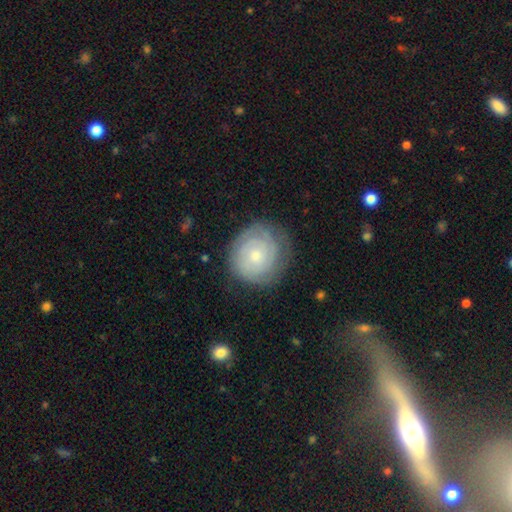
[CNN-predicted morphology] This appears to be a featured or disk galaxy (71%) with no bar (79%), tight (81%) spiral arms (91%) and a small central bulge (56%). Merging: none (76%).